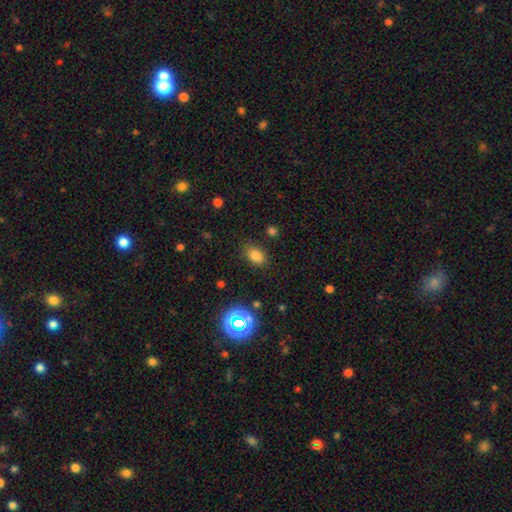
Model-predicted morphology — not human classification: Smooth or featured?
  - smooth: 76% *
  - star or artifact: 17%
  - featured or disk: 7%
How rounded?
  - in between: 75% *
  - round: 23%
  - cigar-shaped: 1%
Merging?
  - none: 83% *
  - minor disturbance: 11%
  - major disturbance: 4%
  - merger: 2%